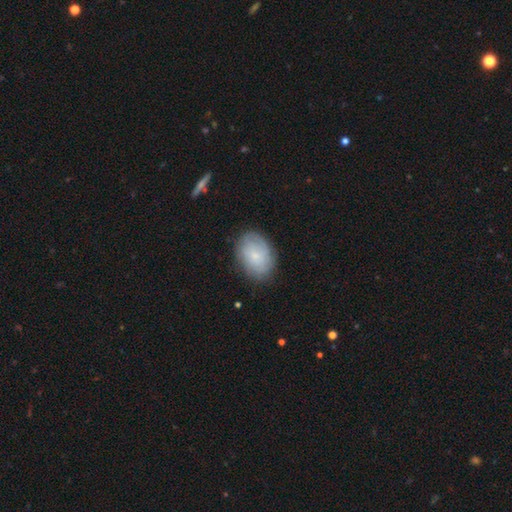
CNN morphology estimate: type=smooth (64%); roundness=in between (78%); merging=none (79%).